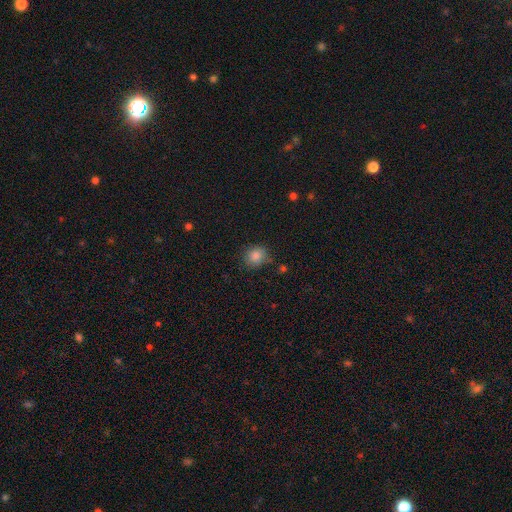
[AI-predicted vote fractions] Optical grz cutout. It shows a smooth galaxy with no disk features (85%) that is round (78%). Merging: none (80%).